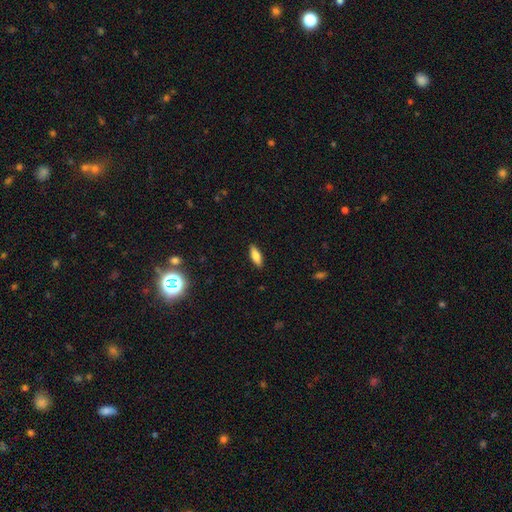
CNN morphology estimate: A smooth galaxy with no disk features (80%) that is in between round and cigar-shaped (64%).

Vote fractions:
- Smooth or featured? smooth: 80% / featured or disk: 13% / star or artifact: 7%
- How rounded? in between: 64% / cigar-shaped: 34% / round: 2%
- Merging? none: 89% / minor disturbance: 8% / major disturbance: 2% / merger: 1%